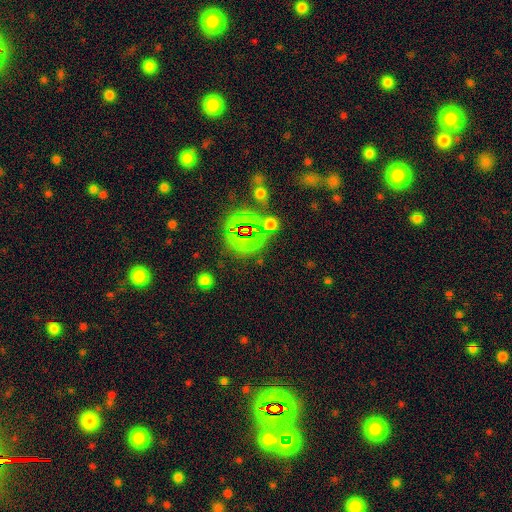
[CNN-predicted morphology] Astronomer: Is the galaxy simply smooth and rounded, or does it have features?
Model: star or artifact — 73%.